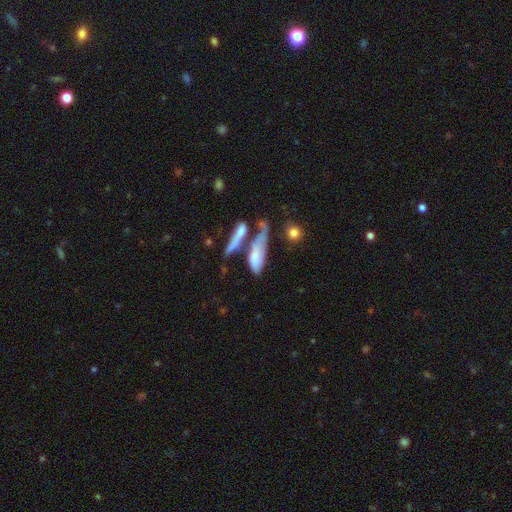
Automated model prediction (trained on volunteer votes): Smooth or featured? smooth (62%)
How rounded? in between (54%)
Merging? merger (39%)